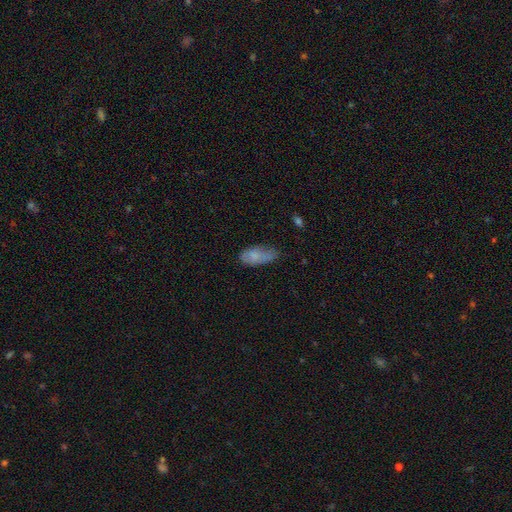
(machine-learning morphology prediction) This is likely a smooth galaxy (75%). How rounded: clearly in between (87%). Merging: possibly none (46%).